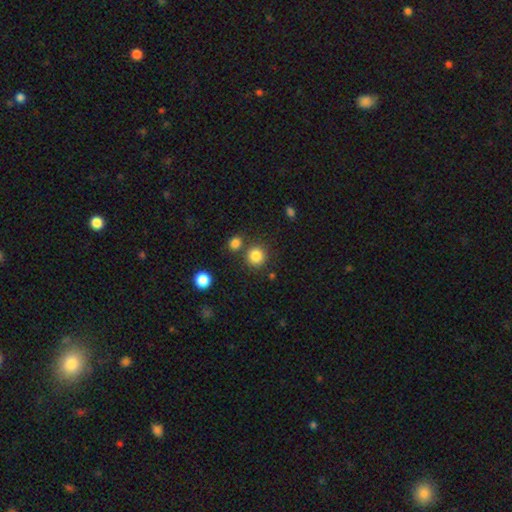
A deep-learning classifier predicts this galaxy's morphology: Smooth or featured: smooth — 84% (star or artifact — 11%)
How rounded: round — 92% (in between — 7%)
Merging: none — 80% (merger — 10%)